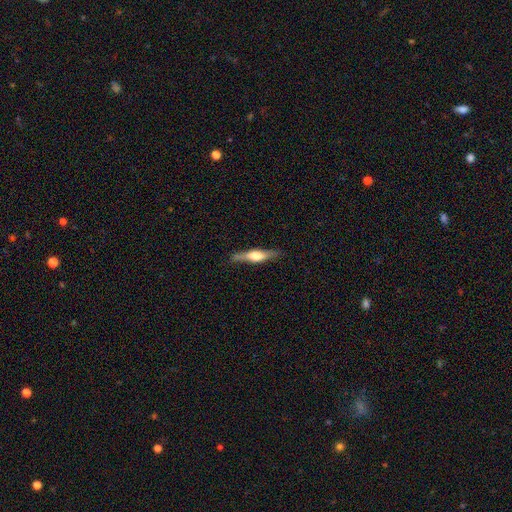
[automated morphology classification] smooth_or_featured: featured or disk (p=0.60) [alt: smooth p=0.34]
disk_edge_on: yes (p=0.95) [alt: no p=0.05]
edge_on_bulge: rounded (p=0.85) [alt: boxy p=0.11]
merging: none (p=0.82) [alt: minor disturbance p=0.14]